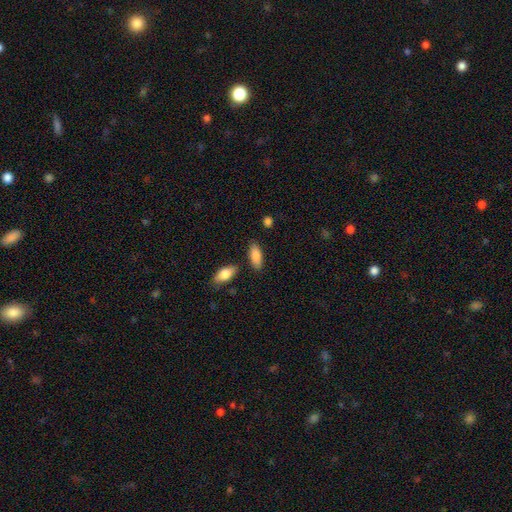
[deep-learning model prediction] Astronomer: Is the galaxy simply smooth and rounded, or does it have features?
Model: smooth — 87%.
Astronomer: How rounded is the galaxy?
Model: in between — 81%.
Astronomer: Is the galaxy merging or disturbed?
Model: none — 80%.